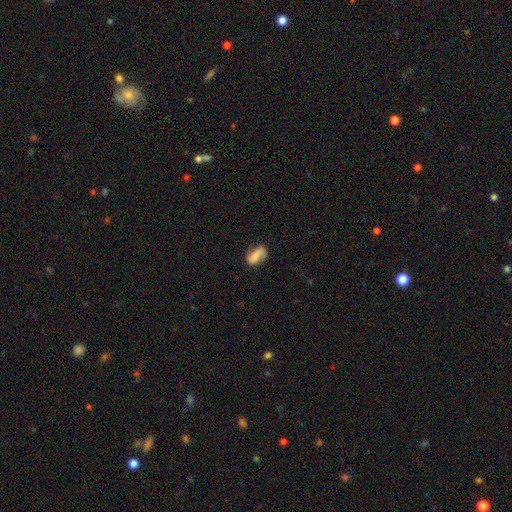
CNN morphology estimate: smooth-or-featured: smooth: 54% | featured or disk: 37% | star or artifact: 9%
  how-rounded: in between: 87% | round: 7% | cigar-shaped: 6%
  merging: none: 70% | minor disturbance: 21% | major disturbance: 7% | merger: 2%